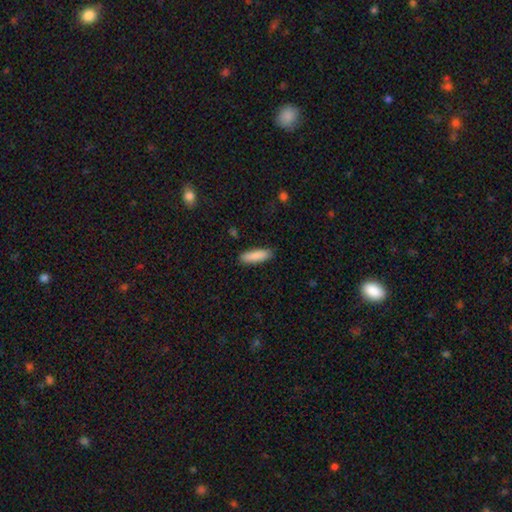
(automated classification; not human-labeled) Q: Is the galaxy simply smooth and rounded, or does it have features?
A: smooth — 88%.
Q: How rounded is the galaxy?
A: cigar-shaped — 52%.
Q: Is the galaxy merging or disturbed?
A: none — 87%.